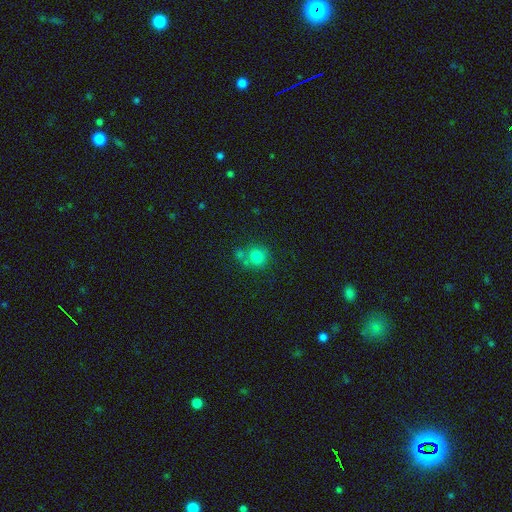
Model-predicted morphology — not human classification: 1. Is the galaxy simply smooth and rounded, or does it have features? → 78% smooth, 13% star or artifact, 9% featured or disk.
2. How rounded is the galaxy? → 88% round, 11% in between, 1% cigar-shaped.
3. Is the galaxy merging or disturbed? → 57% none, 27% merger, 12% minor disturbance, 4% major disturbance.